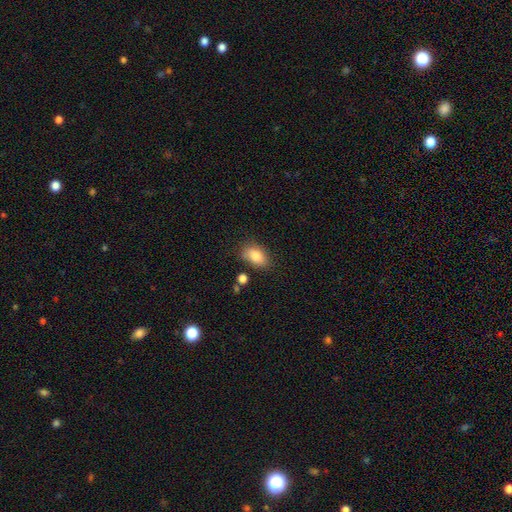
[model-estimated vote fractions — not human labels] smooth 84%, featured or disk 8%, star or artifact 8%. Down the decision tree: how rounded — in between (88%); merging — none (75%).